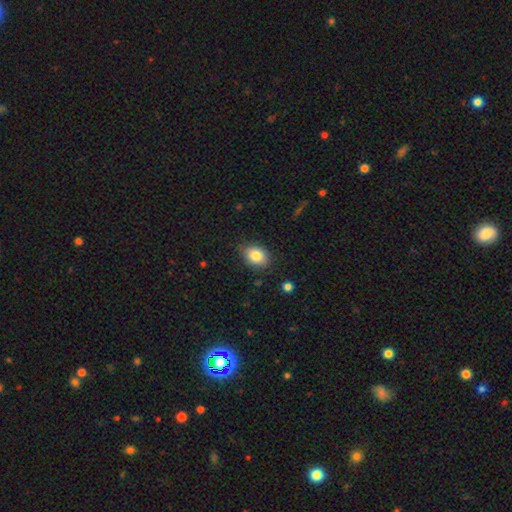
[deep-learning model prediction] smooth 83%, star or artifact 8%, featured or disk 8%. Down the decision tree: how rounded — in between (73%); merging — none (79%).